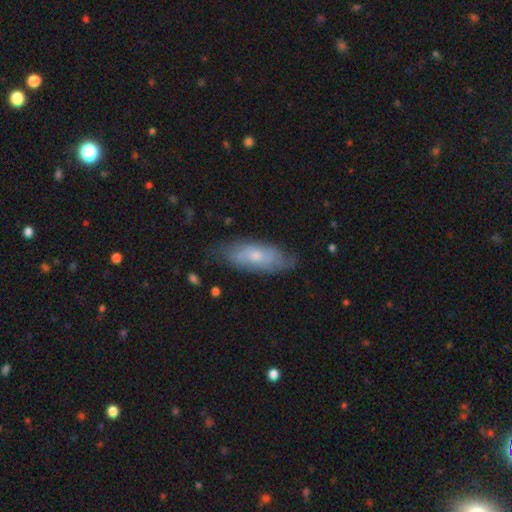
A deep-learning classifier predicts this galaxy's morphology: A smooth galaxy with no disk features (47%). Merging: none (69%).